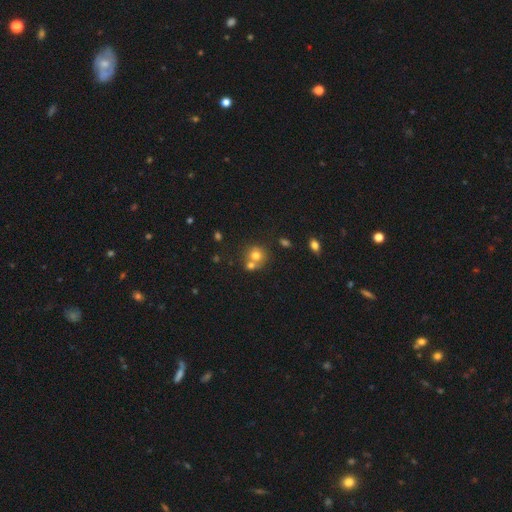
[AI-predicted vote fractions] smooth-or-featured: smooth: 71% | featured or disk: 15% | star or artifact: 14%
  how-rounded: round: 84% | in between: 15% | cigar-shaped: 1%
  merging: none: 46% | merger: 43% | minor disturbance: 8% | major disturbance: 3%